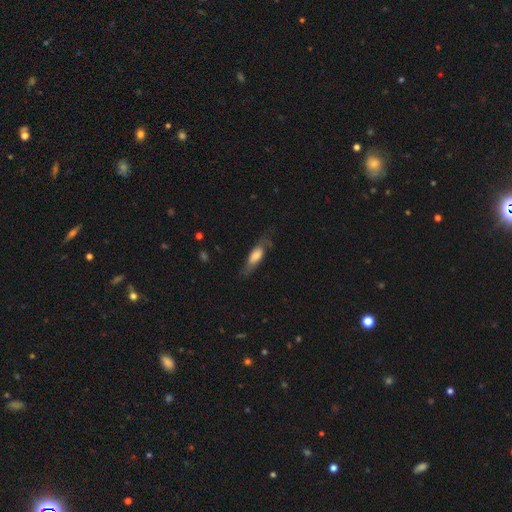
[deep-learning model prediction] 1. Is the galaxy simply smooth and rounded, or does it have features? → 56% smooth, 37% featured or disk, 7% star or artifact.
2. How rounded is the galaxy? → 63% in between, 34% cigar-shaped, 3% round.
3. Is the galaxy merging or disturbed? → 58% none, 25% minor disturbance, 15% major disturbance, 2% merger.